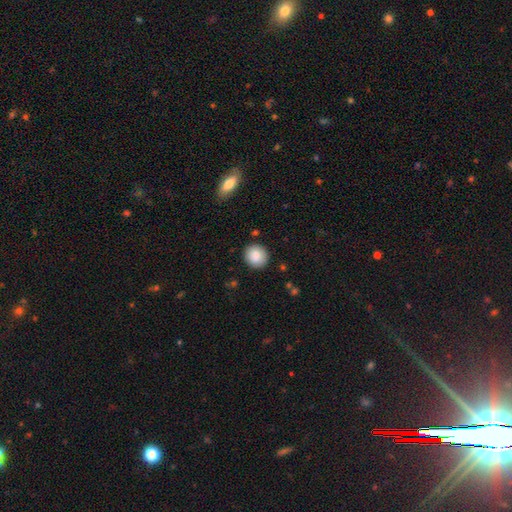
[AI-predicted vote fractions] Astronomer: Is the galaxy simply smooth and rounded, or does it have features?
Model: smooth — 86%.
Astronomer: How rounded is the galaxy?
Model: round — 84%.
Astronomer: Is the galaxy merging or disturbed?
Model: none — 88%.